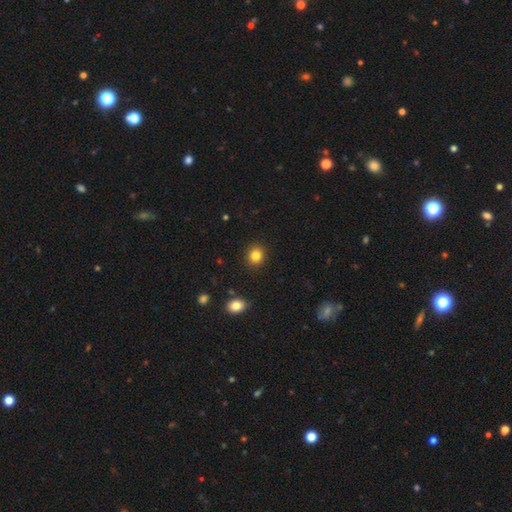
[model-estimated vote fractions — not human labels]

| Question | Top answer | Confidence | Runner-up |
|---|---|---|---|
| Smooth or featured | smooth | 84% | star or artifact (11%) |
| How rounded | round | 81% | in between (18%) |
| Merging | none | 91% | minor disturbance (6%) |